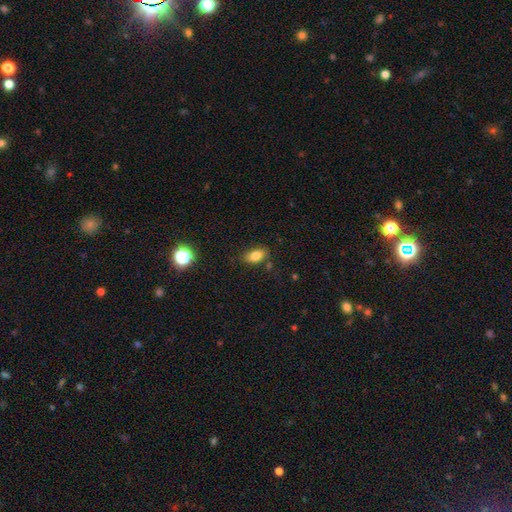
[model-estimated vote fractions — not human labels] Smooth or featured?
  - smooth: 81% *
  - star or artifact: 10%
  - featured or disk: 9%
How rounded?
  - in between: 86% *
  - round: 9%
  - cigar-shaped: 5%
Merging?
  - none: 79% *
  - minor disturbance: 13%
  - merger: 4%
  - major disturbance: 3%